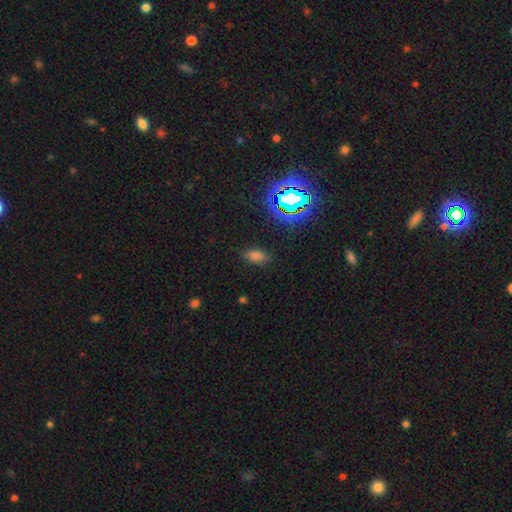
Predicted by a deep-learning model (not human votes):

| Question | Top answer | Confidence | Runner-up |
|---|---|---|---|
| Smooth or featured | smooth | 65% | star or artifact (28%) |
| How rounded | in between | 87% | round (8%) |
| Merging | none | 84% | minor disturbance (11%) |